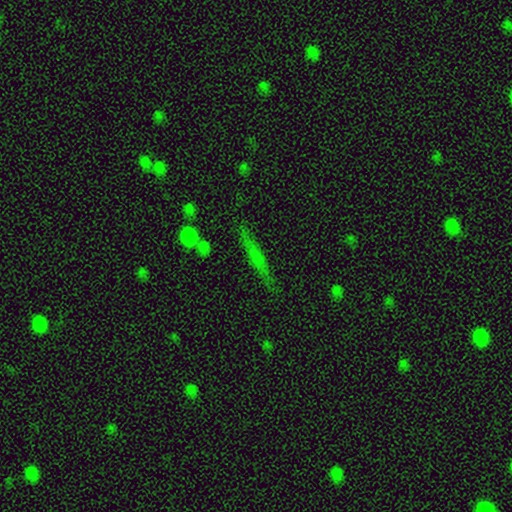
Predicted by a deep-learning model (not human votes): smooth_or_featured: smooth (p=0.38) [alt: featured or disk p=0.36]
merging: none (p=0.83) [alt: minor disturbance p=0.10]